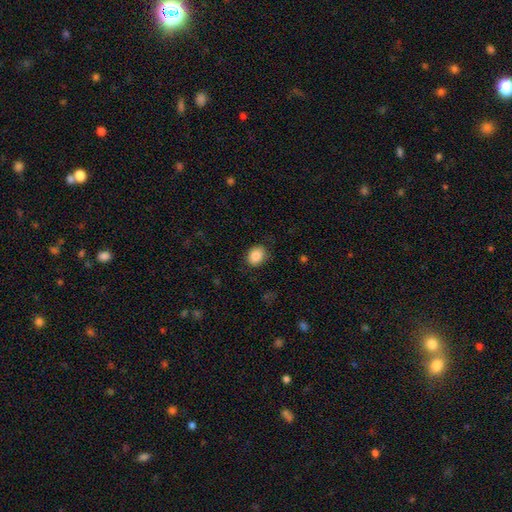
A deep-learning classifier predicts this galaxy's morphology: Smooth or featured?
  - smooth: 88% *
  - star or artifact: 8%
  - featured or disk: 4%
How rounded?
  - round: 50% *
  - in between: 49%
  - cigar-shaped: 1%
Merging?
  - none: 80% *
  - minor disturbance: 15%
  - major disturbance: 4%
  - merger: 1%